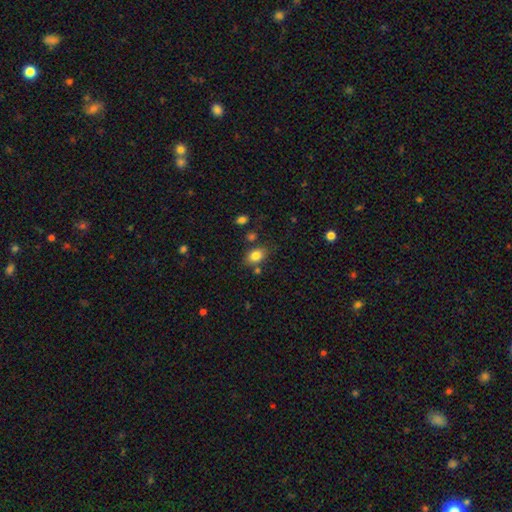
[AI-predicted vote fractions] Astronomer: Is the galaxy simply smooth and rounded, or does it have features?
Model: smooth — 82%.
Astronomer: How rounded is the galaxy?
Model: in between — 75%.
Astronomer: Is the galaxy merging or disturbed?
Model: none — 73%.